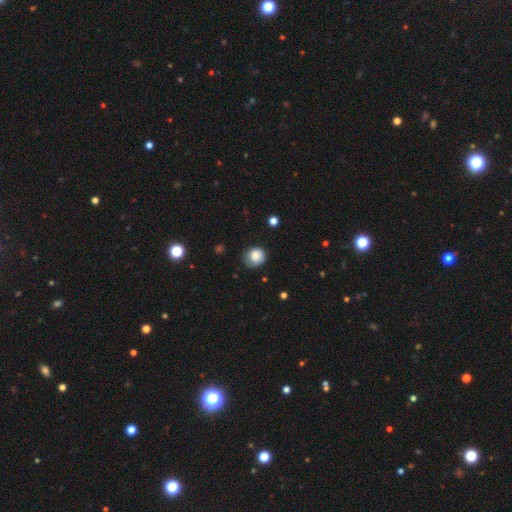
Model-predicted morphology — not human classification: This is clearly a smooth galaxy (82%). How rounded: clearly round (84%). Merging: likely none (69%).